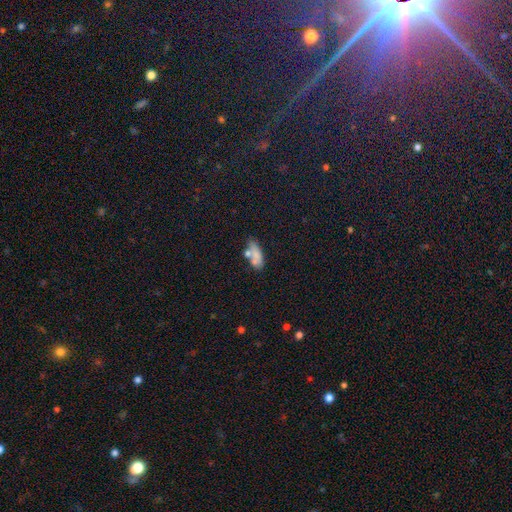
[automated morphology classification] Smooth or featured? smooth (71%)
How rounded? in between (77%)
Merging? none (45%)